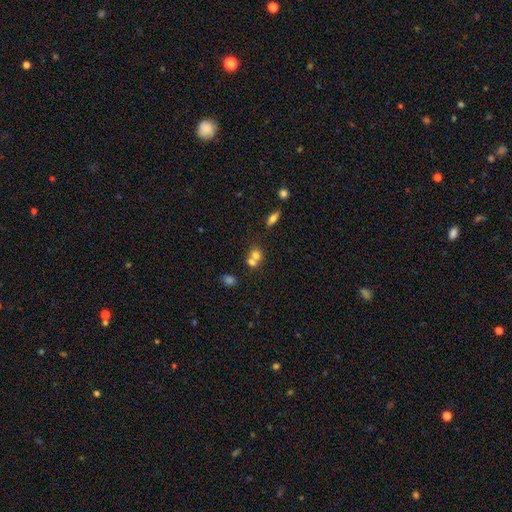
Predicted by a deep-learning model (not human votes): smooth_or_featured: smooth (p=0.69) [alt: featured or disk p=0.17]
how_rounded: round (p=0.68) [alt: in between p=0.31]
merging: merger (p=0.57) [alt: none p=0.33]